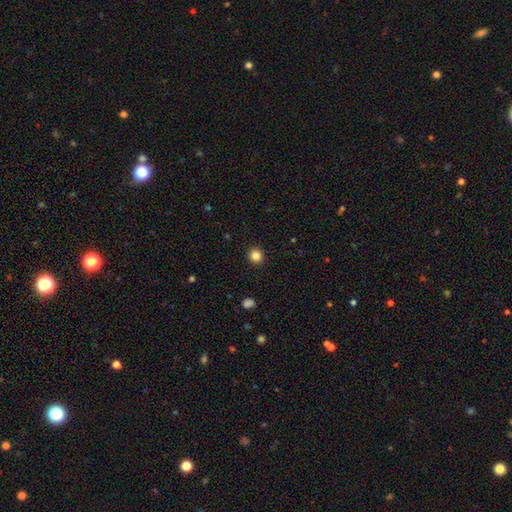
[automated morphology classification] smooth 85%, star or artifact 11%, featured or disk 4%. Down the decision tree: how rounded — round (93%); merging — none (93%).